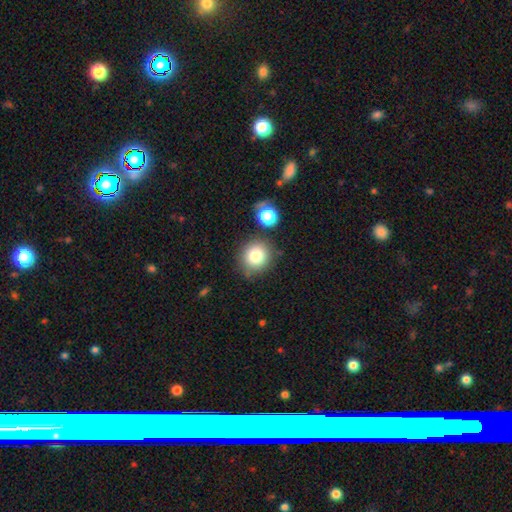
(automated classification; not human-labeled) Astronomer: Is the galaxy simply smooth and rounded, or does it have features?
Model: smooth — 80%.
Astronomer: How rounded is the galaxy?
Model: round — 89%.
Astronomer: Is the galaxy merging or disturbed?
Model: none — 73%.